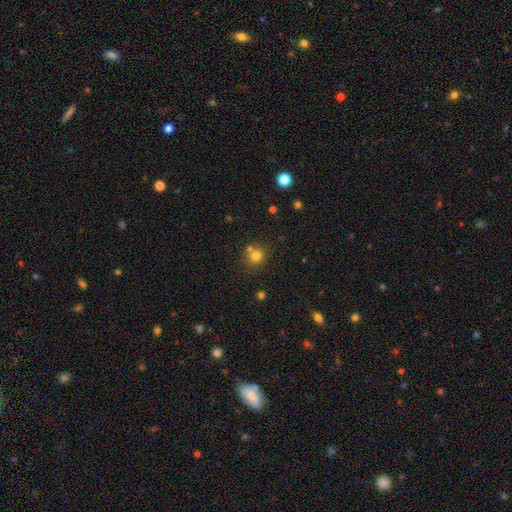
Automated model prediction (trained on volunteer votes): Overall: smooth (76%). How rounded: round (86%). Merging: none (66%).